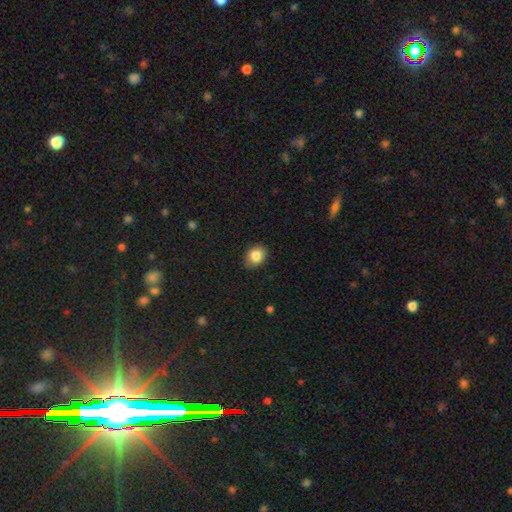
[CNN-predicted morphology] type=smooth (86%); roundness=round (54%); merging=none (86%).